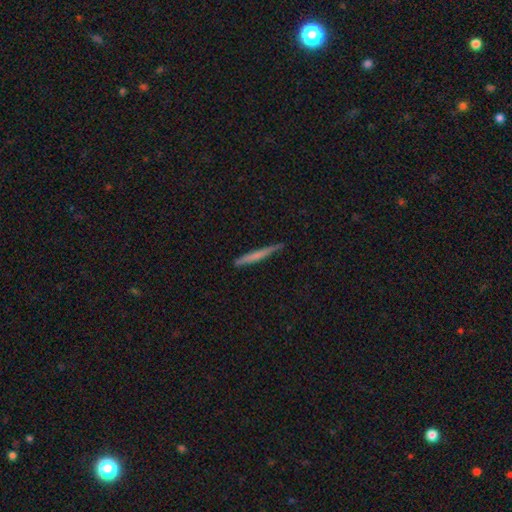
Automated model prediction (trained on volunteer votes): A smooth galaxy with no disk features (59%) that is cigar-shaped (96%).

Vote fractions:
- Smooth or featured? smooth: 59% / featured or disk: 34% / star or artifact: 6%
- How rounded? cigar-shaped: 96% / in between: 2% / round: 2%
- Merging? none: 84% / minor disturbance: 13% / major disturbance: 2% / merger: 2%